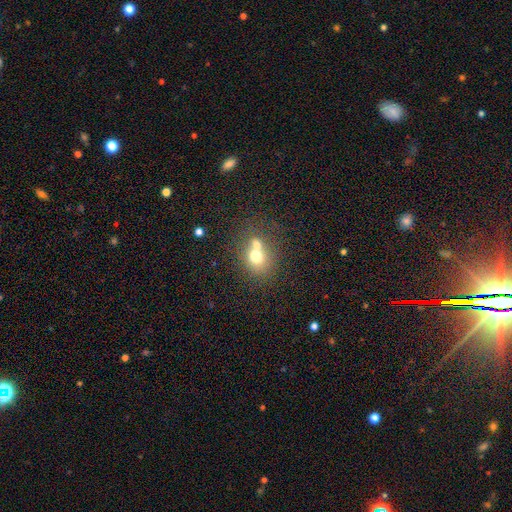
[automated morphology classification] This is likely a smooth galaxy (68%). How rounded: likely round (63%). Merging: possibly merger (49%).